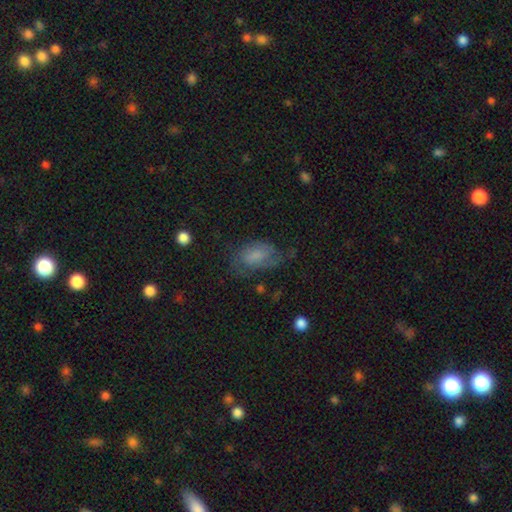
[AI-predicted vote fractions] Overall: smooth (58%; featured or disk 32%). How rounded: in between (89%). Merging: none (45%; minor disturbance 29%).